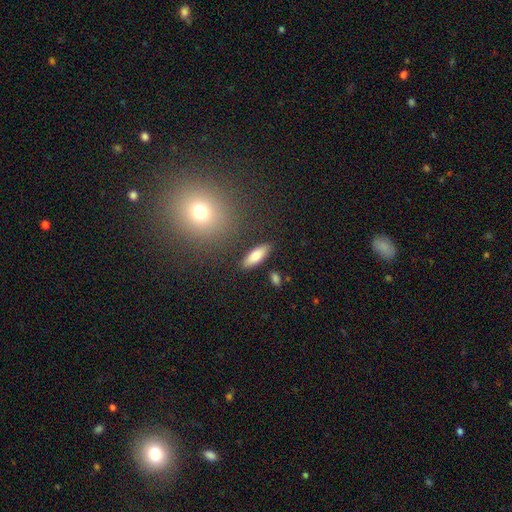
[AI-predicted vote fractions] smooth-or-featured: smooth: 77% | featured or disk: 16% | star or artifact: 6%
  how-rounded: in between: 62% | cigar-shaped: 36% | round: 3%
  merging: none: 86% | minor disturbance: 9% | merger: 3% | major disturbance: 2%